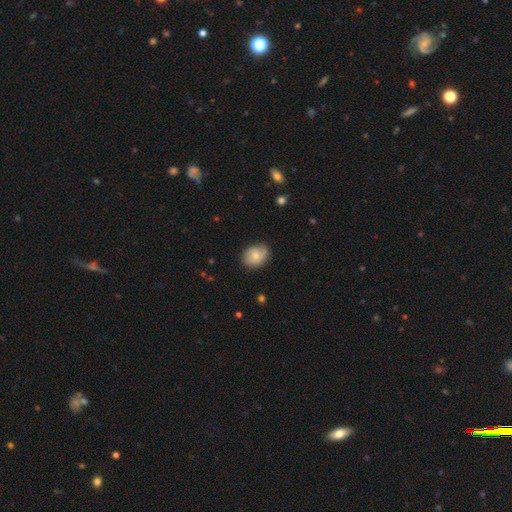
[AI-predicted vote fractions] Smooth or featured?
  - smooth: 68% *
  - featured or disk: 25%
  - star or artifact: 7%
How rounded?
  - in between: 56% *
  - round: 43%
  - cigar-shaped: 1%
Merging?
  - none: 73% *
  - minor disturbance: 22%
  - major disturbance: 4%
  - merger: 1%